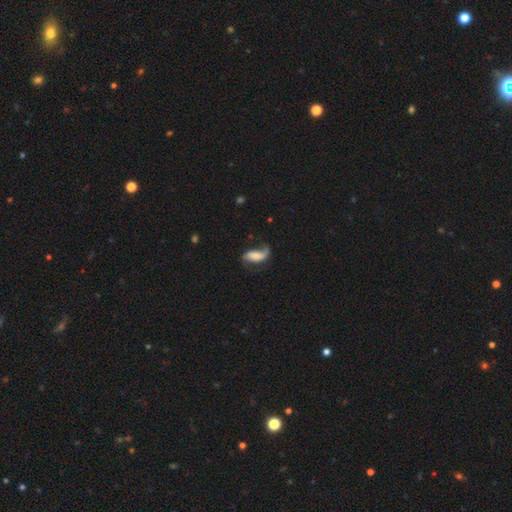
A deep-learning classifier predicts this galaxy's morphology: The model was most divided on "bulge size": small: 37%, moderate: 30%, none: 19%, large: 11%, dominant: 4%. Remaining: edge-on disk — no (92%); spiral arms — yes (87%); smooth or featured — featured or disk (57%); bar — no (46%); merging — none (46%).